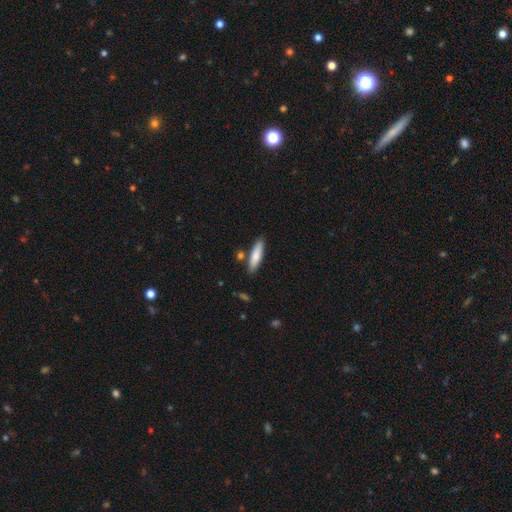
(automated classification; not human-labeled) Q: Smooth or featured?
A: smooth (79%); runner-up: featured or disk (16%)
Q: How rounded?
A: cigar-shaped (72%); runner-up: in between (27%)
Q: Merging?
A: none (82%); runner-up: minor disturbance (11%)